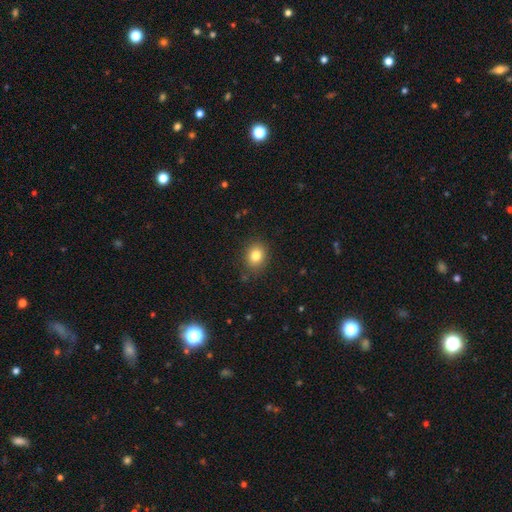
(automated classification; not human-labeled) smooth_or_featured: smooth (p=0.82) [alt: star or artifact p=0.11]
how_rounded: round (p=0.60) [alt: in between p=0.39]
merging: none (p=0.85) [alt: minor disturbance p=0.11]